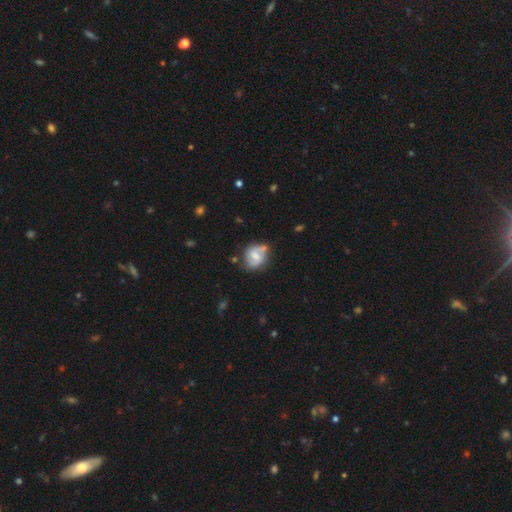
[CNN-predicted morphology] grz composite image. It shows a featured or disk galaxy (56%) with a weak bar (51%), spiral arms (77%) and a moderate central bulge (40%, tied with small). Merging: none (61%).